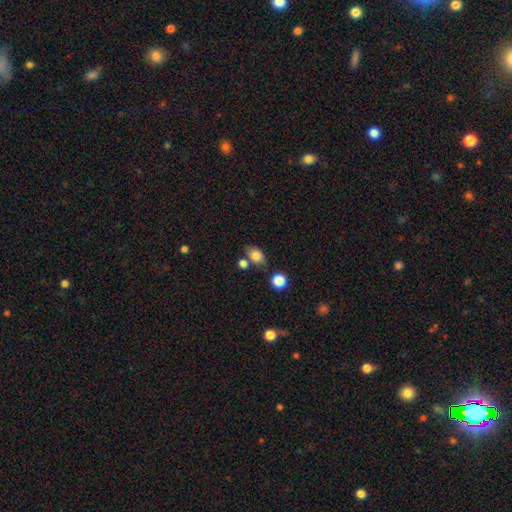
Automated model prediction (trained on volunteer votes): A smooth galaxy with no disk features (81%) that is in between round and cigar-shaped (71%).

Vote fractions:
- Smooth or featured? smooth: 81% / star or artifact: 10% / featured or disk: 9%
- How rounded? in between: 71% / round: 27% / cigar-shaped: 2%
- Merging? none: 64% / minor disturbance: 17% / merger: 14% / major disturbance: 5%